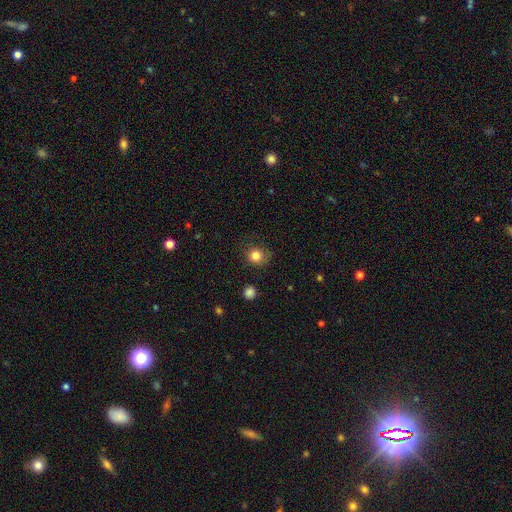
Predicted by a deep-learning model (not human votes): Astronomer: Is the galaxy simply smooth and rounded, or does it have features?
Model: smooth — 82%.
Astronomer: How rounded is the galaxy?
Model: round — 86%.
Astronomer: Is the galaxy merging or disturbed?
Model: none — 77%.